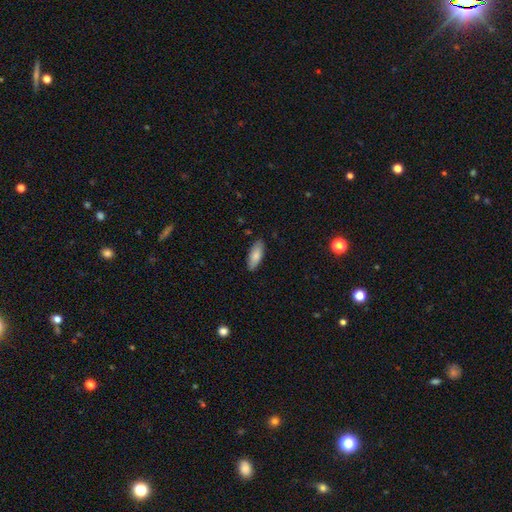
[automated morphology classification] smooth 80%, featured or disk 14%, star or artifact 6%. Down the decision tree: how rounded — in between (75%); merging — none (85%).